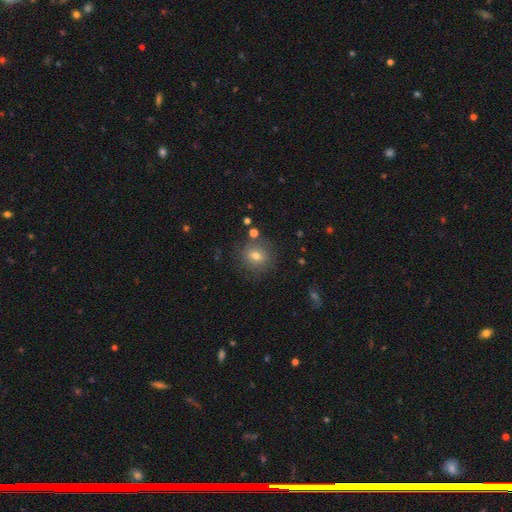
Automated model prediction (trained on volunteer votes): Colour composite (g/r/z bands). It shows a smooth galaxy with no disk features (70%) that is round (82%). Merging: none (79%).